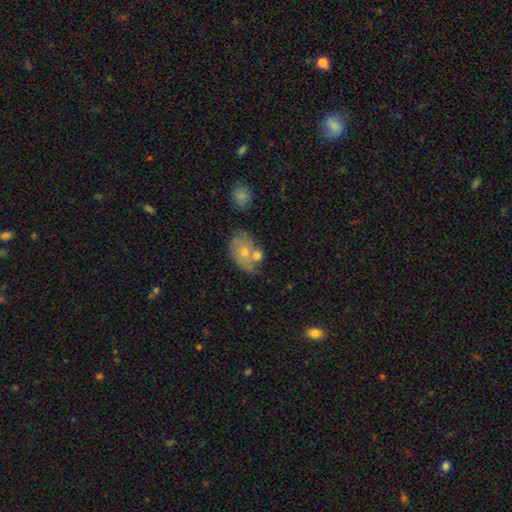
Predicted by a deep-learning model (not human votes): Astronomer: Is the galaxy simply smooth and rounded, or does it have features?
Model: smooth — 53% (runner-up: featured or disk, 38%).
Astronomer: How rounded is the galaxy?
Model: in between — 76%.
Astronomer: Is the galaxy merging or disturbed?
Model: none — 43% (runner-up: merger, 32%).